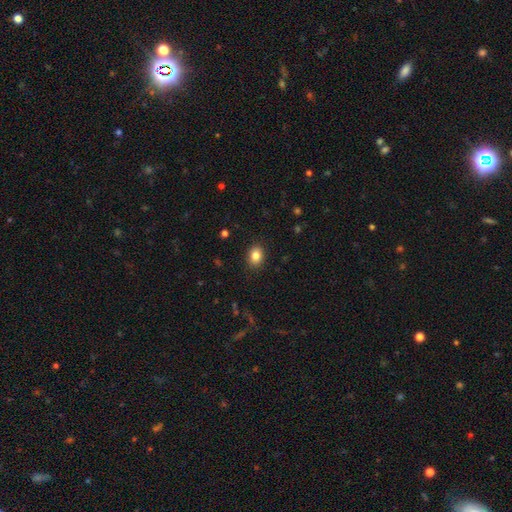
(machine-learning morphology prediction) smooth_or_featured: smooth (p=0.84) [alt: star or artifact p=0.10]
how_rounded: in between (p=0.64) [alt: round p=0.35]
merging: none (p=0.88) [alt: minor disturbance p=0.08]